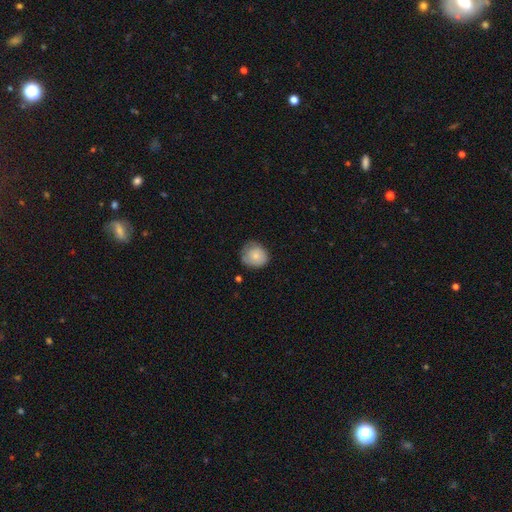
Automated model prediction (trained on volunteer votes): This is likely a smooth galaxy (77%). How rounded: clearly round (81%). Merging: likely none (63%).